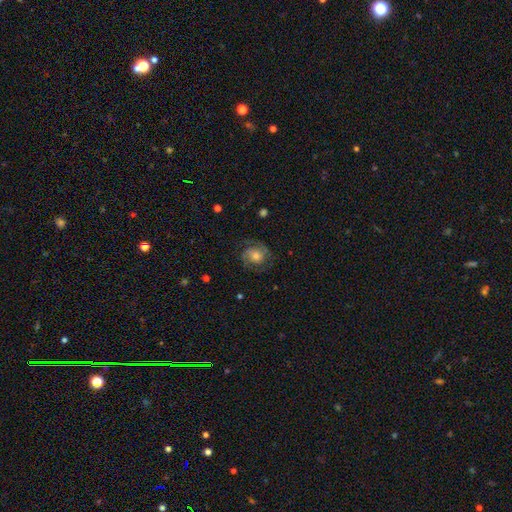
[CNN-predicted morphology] Smooth or featured?
  - featured or disk: 59% *
  - smooth: 31%
  - star or artifact: 10%
Edge-on disk?
  - no: 97% *
  - yes: 3%
Bar?
  - no: 76% *
  - weak: 20%
  - strong: 4%
Spiral arms?
  - yes: 87% *
  - no: 13%
Bulge size?
  - moderate: 55% *
  - small: 21%
  - large: 18%
  - none: 4%
  - dominant: 2%
Merging?
  - none: 72% *
  - minor disturbance: 17%
  - major disturbance: 10%
  - merger: 1%